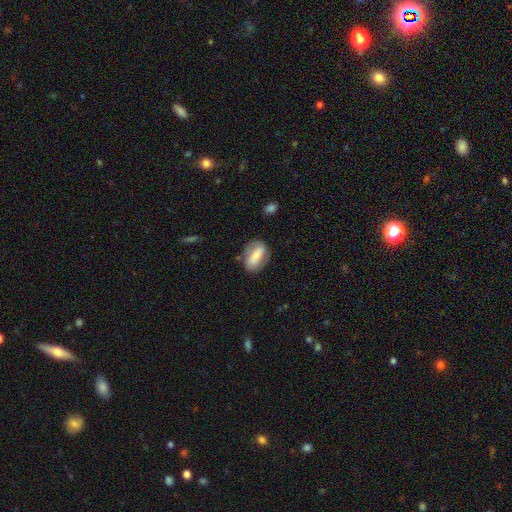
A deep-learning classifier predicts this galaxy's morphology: Smooth or featured? Predicted: smooth (p=0.56). How rounded? Predicted: in between (p=0.86). Merging? Predicted: none (p=0.70).